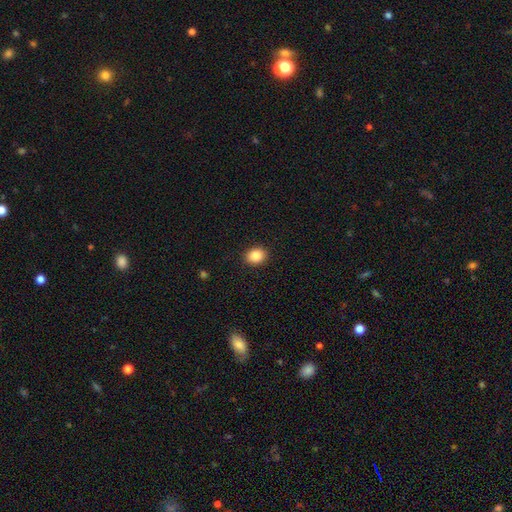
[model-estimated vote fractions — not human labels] smooth-or-featured: smooth: 85% | star or artifact: 9% | featured or disk: 5%
  how-rounded: round: 60% | in between: 39% | cigar-shaped: 1%
  merging: none: 91% | minor disturbance: 6% | major disturbance: 2% | merger: 1%